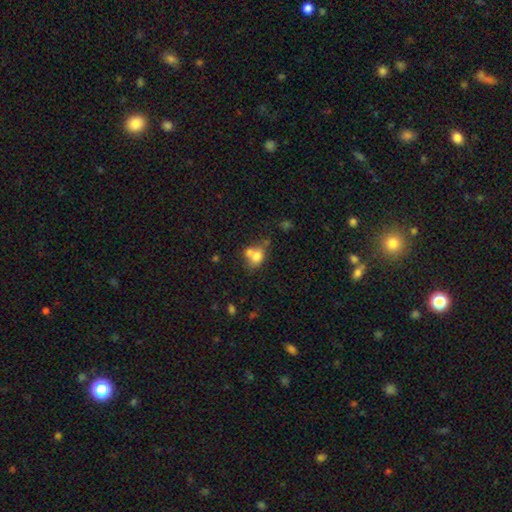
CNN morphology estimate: smooth 72%, featured or disk 17%, star or artifact 11%. Down the decision tree: how rounded — in between (57%); merging — merger (52%).